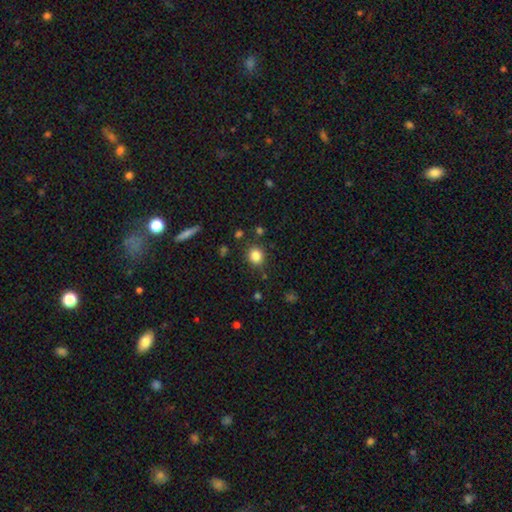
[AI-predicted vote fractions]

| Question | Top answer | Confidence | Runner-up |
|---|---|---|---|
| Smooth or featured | smooth | 84% | star or artifact (11%) |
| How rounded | round | 80% | in between (19%) |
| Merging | none | 84% | minor disturbance (10%) |